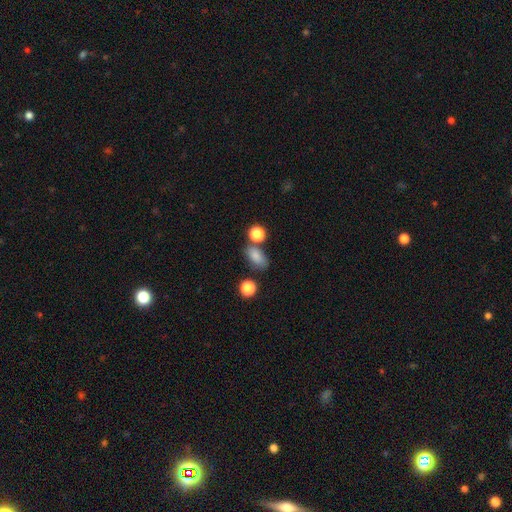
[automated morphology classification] This is clearly a smooth galaxy (80%). How rounded: clearly in between (84%). Merging: likely none (63%).